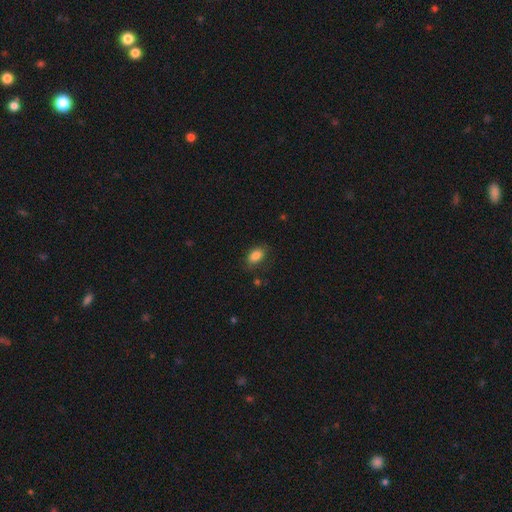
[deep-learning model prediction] smooth_or_featured: smooth (p=0.86) [alt: star or artifact p=0.09]
how_rounded: in between (p=0.89) [alt: round p=0.09]
merging: none (p=0.76) [alt: minor disturbance p=0.17]